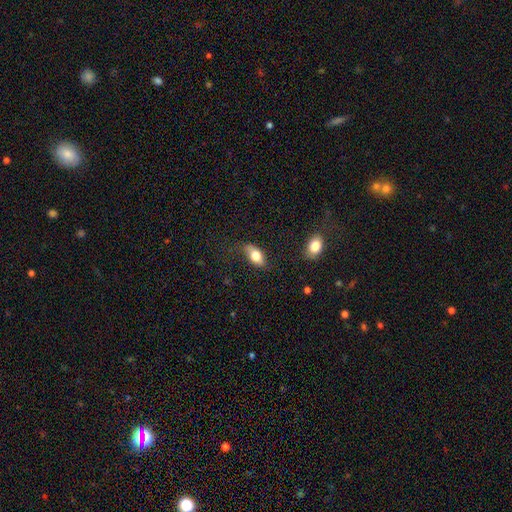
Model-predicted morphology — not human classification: A smooth galaxy with no disk features (76%) that is in between round and cigar-shaped (88%). Merging: none (67%).